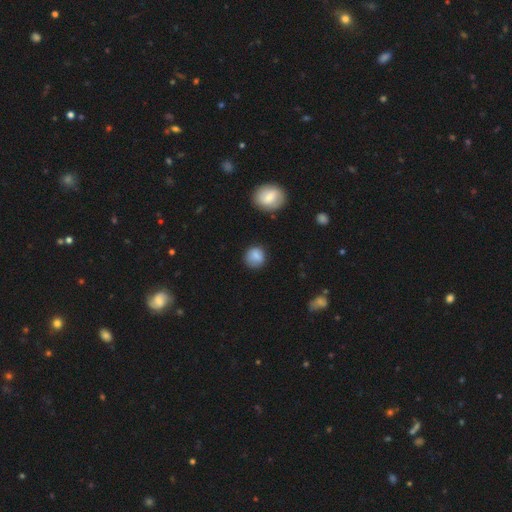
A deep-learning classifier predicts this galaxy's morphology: smooth_or_featured: smooth (p=0.83) [alt: featured or disk p=0.09]
how_rounded: round (p=0.84) [alt: in between p=0.14]
merging: none (p=0.78) [alt: minor disturbance p=0.16]